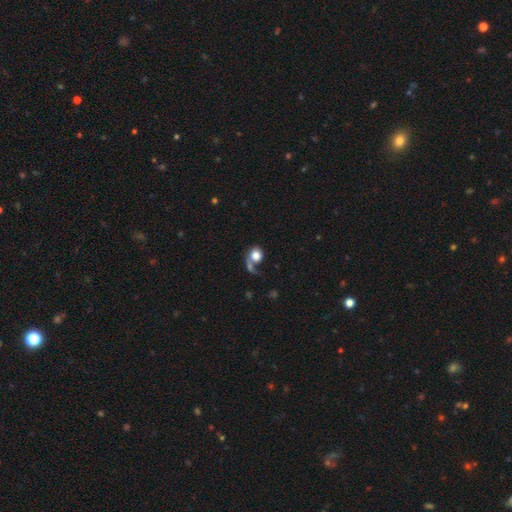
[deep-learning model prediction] Overall: smooth (65%). How rounded: round (70%). Merging: none (31%; major disturbance 29%).